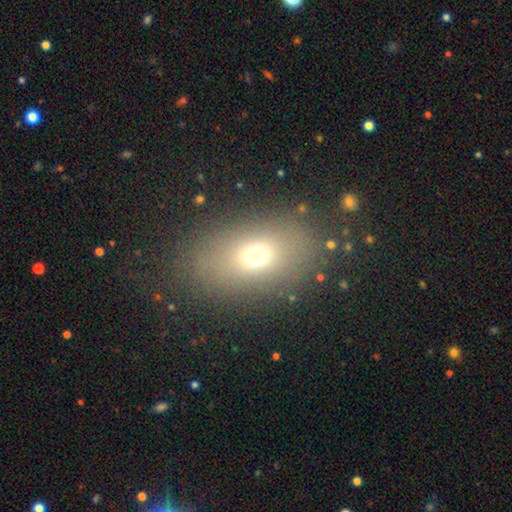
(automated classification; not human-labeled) smooth-or-featured: smooth: 67% | star or artifact: 17% | featured or disk: 16%
  how-rounded: in between: 78% | round: 20% | cigar-shaped: 3%
  merging: none: 81% | minor disturbance: 10% | major disturbance: 6% | merger: 2%